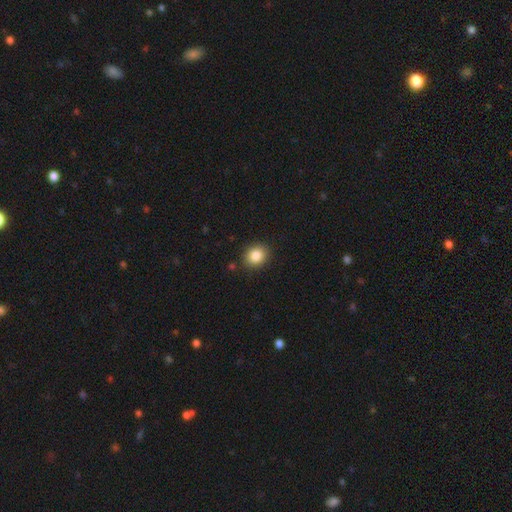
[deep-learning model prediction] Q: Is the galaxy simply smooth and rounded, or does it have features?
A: smooth — 86%.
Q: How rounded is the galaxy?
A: round — 62%.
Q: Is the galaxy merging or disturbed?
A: none — 88%.